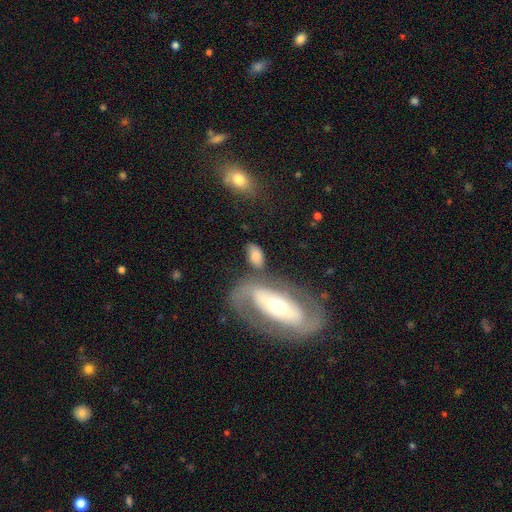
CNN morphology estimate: type=smooth (69%); roundness=in between (89%); merging=none (49%).